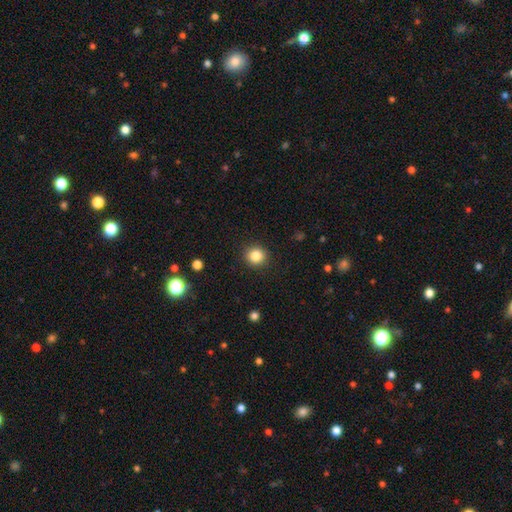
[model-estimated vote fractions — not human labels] The model was most divided on "smooth or featured": smooth: 84%, star or artifact: 11%, featured or disk: 5%. More confident: merging — none (91%); how rounded — round (89%).